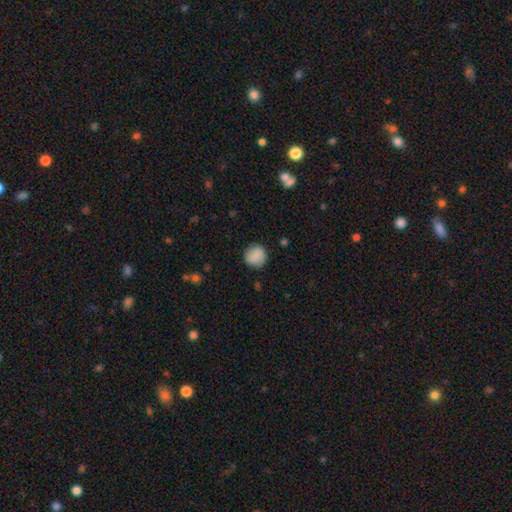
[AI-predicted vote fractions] Q: Smooth or featured?
A: smooth (87%); runner-up: star or artifact (7%)
Q: How rounded?
A: round (91%); runner-up: in between (8%)
Q: Merging?
A: none (87%); runner-up: minor disturbance (9%)